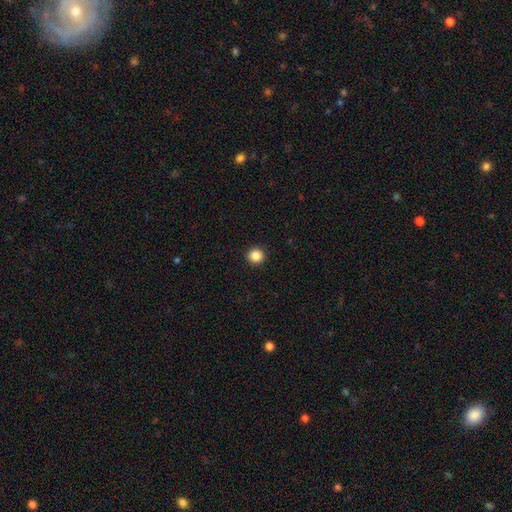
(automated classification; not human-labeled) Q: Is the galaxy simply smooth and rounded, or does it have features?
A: smooth — 86%.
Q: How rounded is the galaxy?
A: round — 95%.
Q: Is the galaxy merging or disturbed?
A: none — 94%.